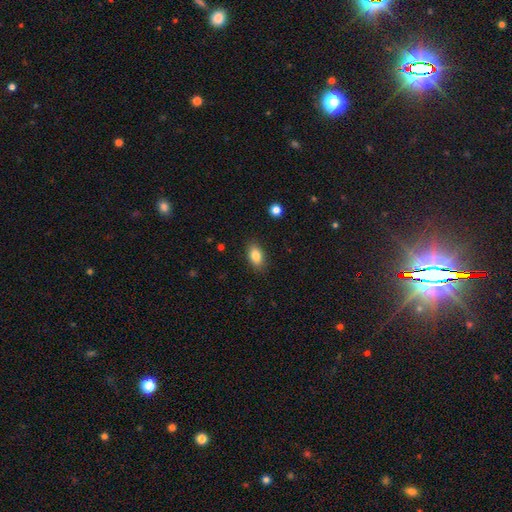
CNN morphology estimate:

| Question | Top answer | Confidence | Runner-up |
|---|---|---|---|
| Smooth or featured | smooth | 84% | featured or disk (8%) |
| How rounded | in between | 89% | round (7%) |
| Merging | none | 87% | minor disturbance (9%) |